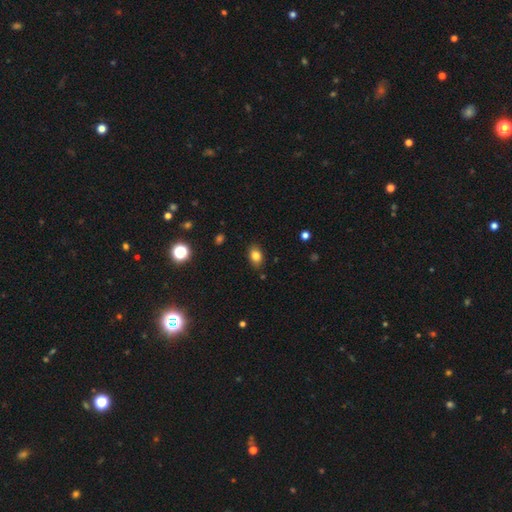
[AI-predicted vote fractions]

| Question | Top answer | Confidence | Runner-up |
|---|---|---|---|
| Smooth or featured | smooth | 82% | star or artifact (11%) |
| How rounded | in between | 76% | round (22%) |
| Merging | none | 85% | minor disturbance (11%) |